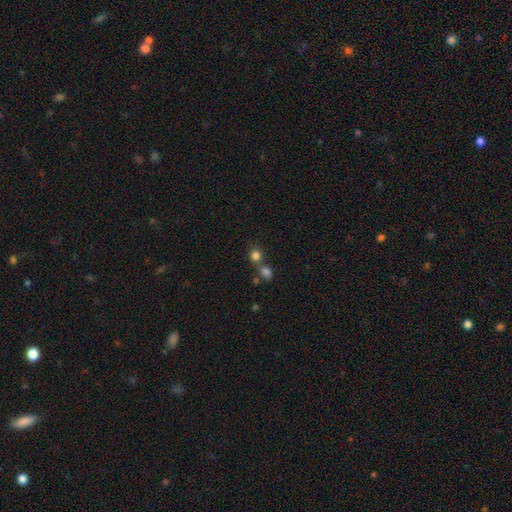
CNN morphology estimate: type=smooth (80%); roundness=round (82%); merging=none (49%).